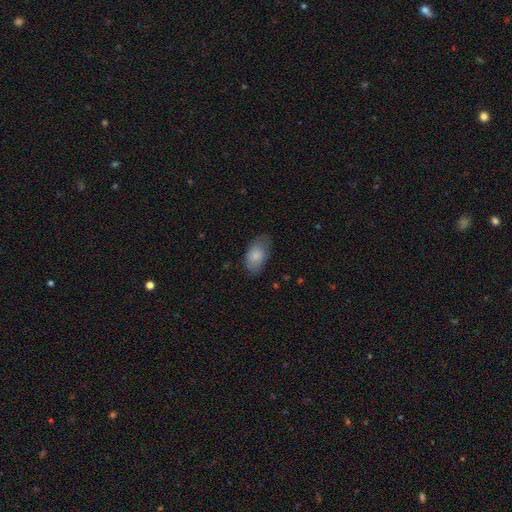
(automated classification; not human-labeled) Q: Smooth or featured?
A: smooth (82%); runner-up: featured or disk (12%)
Q: How rounded?
A: in between (93%); runner-up: round (5%)
Q: Merging?
A: none (70%); runner-up: minor disturbance (22%)